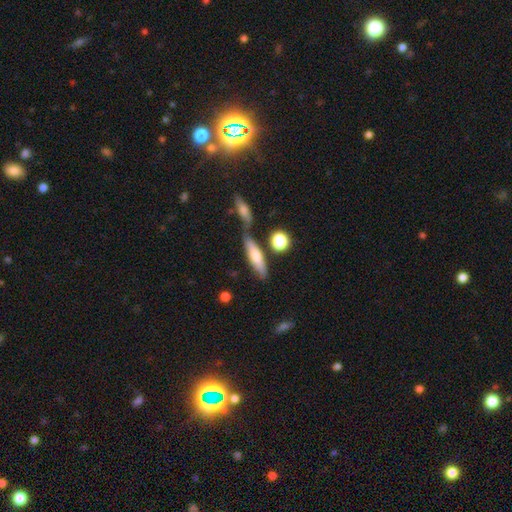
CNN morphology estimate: A smooth galaxy with no disk features (65%) that is cigar-shaped (65%). Merging: none (60%).